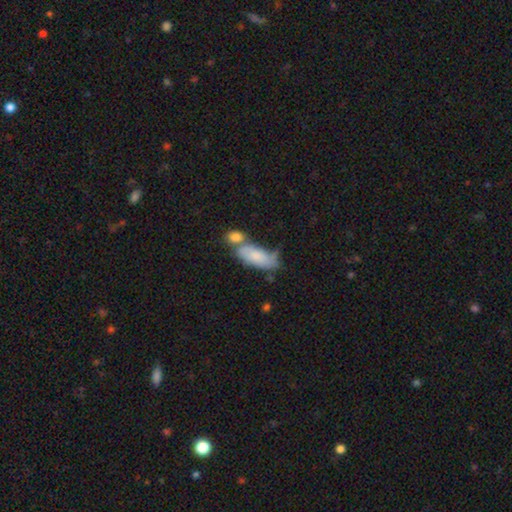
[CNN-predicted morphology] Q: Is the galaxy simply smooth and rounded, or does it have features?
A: smooth — 71%.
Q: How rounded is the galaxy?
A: in between — 79%.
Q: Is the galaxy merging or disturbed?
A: merger — 38%.